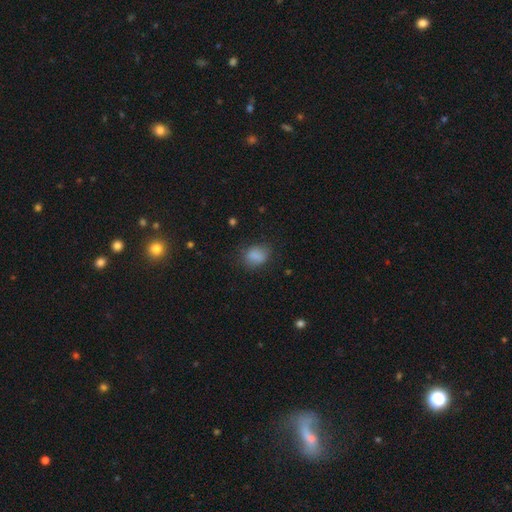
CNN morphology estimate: type=smooth (84%); roundness=in between (60%); merging=none (72%).